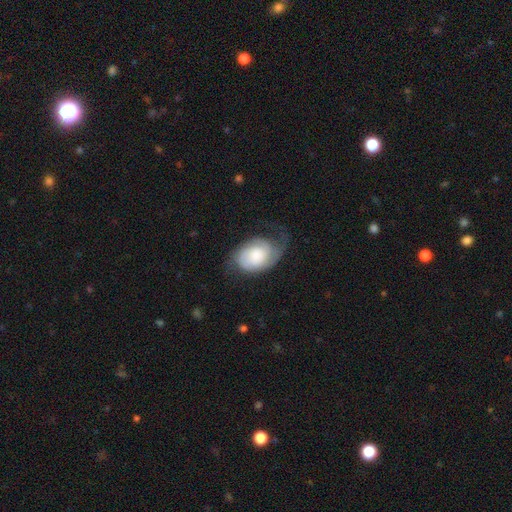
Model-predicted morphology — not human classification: This is possibly a featured or disk galaxy (56%). It is clearly not viewed edge-on (97%). Bar: likely no (77%). Spiral arm pattern: clearly yes (87%). Central bulge: marginally large (30%). Merging: marginally none (38%).